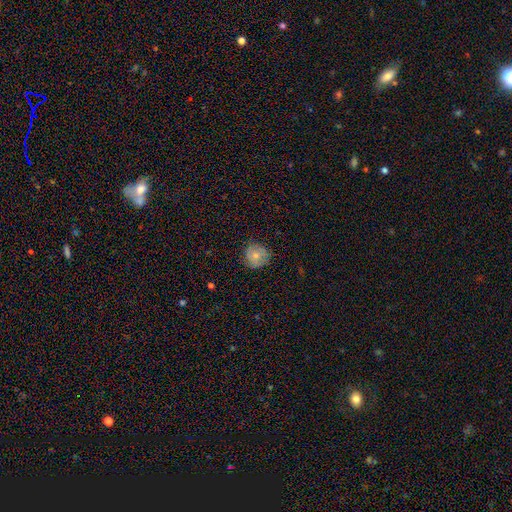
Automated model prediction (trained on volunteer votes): Smooth or featured?
  - smooth: 70% *
  - featured or disk: 21%
  - star or artifact: 9%
How rounded?
  - round: 91% *
  - in between: 8%
  - cigar-shaped: 1%
Merging?
  - none: 78% *
  - minor disturbance: 17%
  - major disturbance: 4%
  - merger: 1%